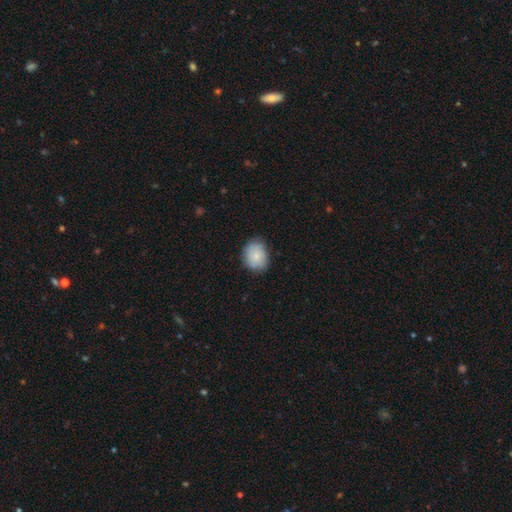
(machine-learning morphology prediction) smooth 79%, featured or disk 13%, star or artifact 8%. Down the decision tree: how rounded — round (57%); merging — none (78%).